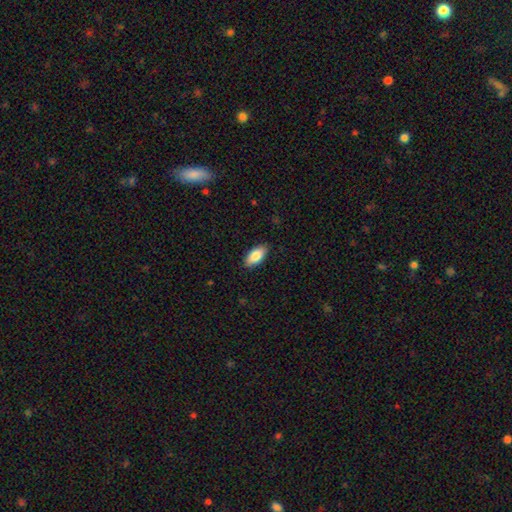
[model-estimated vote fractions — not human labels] Q: Smooth or featured?
A: smooth (84%); runner-up: featured or disk (10%)
Q: How rounded?
A: in between (91%); runner-up: cigar-shaped (7%)
Q: Merging?
A: none (87%); runner-up: minor disturbance (10%)